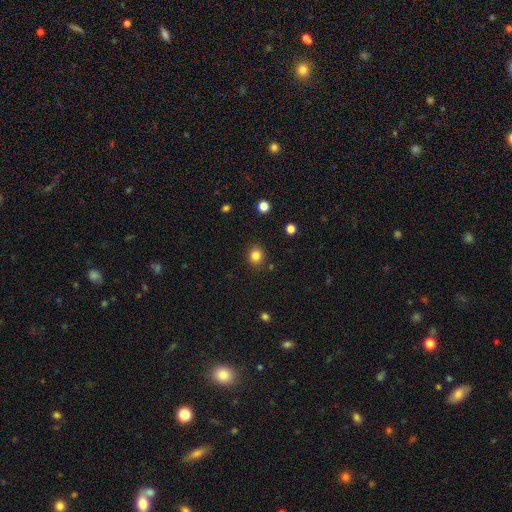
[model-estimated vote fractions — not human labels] A smooth galaxy with no disk features (83%) that is round (84%).

Vote fractions:
- Smooth or featured? smooth: 83% / star or artifact: 12% / featured or disk: 5%
- How rounded? round: 84% / in between: 16% / cigar-shaped: 1%
- Merging? none: 87% / minor disturbance: 8% / major disturbance: 2% / merger: 2%